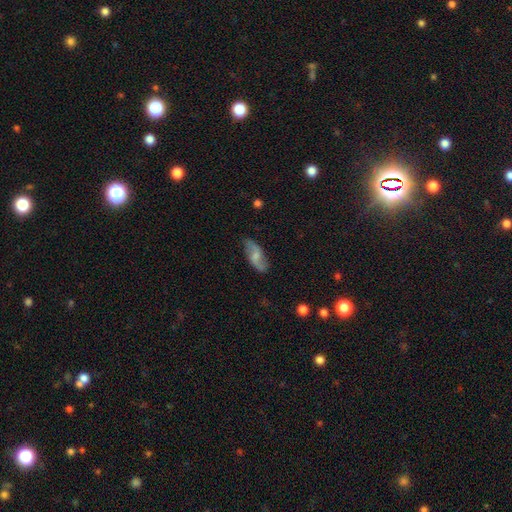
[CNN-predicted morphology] smooth_or_featured: featured or disk (p=0.55) [alt: smooth p=0.38]
disk_edge_on: no (p=0.91) [alt: yes p=0.09]
bar: weak (p=0.45) [alt: no p=0.44]
has_spiral_arms: yes (p=0.88) [alt: no p=0.12]
bulge_size: moderate (p=0.38) [alt: small p=0.35]
merging: none (p=0.78) [alt: minor disturbance p=0.16]